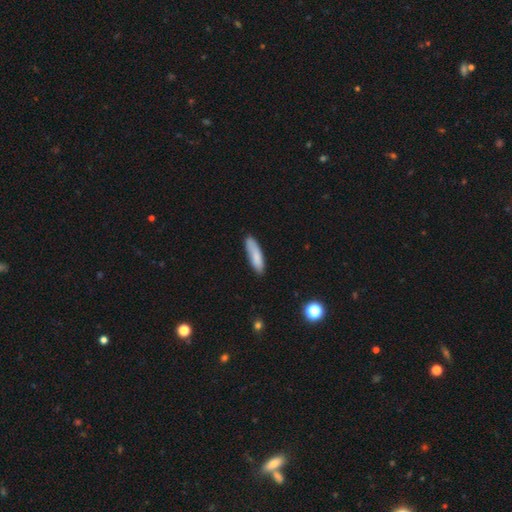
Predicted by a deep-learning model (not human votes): smooth-or-featured: smooth: 83% | featured or disk: 11% | star or artifact: 6%
  how-rounded: cigar-shaped: 66% | in between: 33% | round: 2%
  merging: none: 78% | minor disturbance: 17% | major disturbance: 3% | merger: 2%